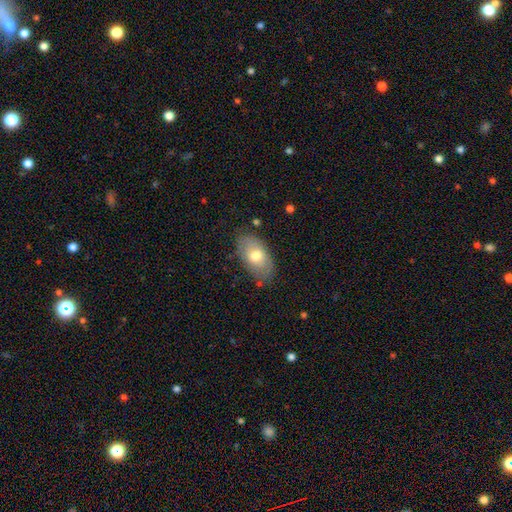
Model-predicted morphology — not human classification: Smooth or featured? smooth (69%)
How rounded? in between (92%)
Merging? none (78%)